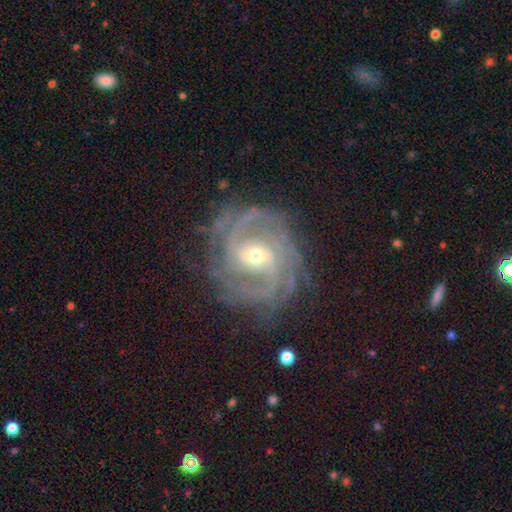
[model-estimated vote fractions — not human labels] Q: Smooth or featured?
A: featured or disk (90%); runner-up: star or artifact (6%)
Q: Edge-on disk?
A: no (97%); runner-up: yes (3%)
Q: Bar?
A: weak (48%); runner-up: no (28%)
Q: Spiral arms?
A: yes (98%); runner-up: no (2%)
Q: Spiral winding?
A: tight (62%); runner-up: medium (32%)
Q: Spiral arm count?
A: 2 (27%); runner-up: 3 (23%)
Q: Bulge size?
A: small (52%); runner-up: moderate (45%)
Q: Merging?
A: none (76%); runner-up: minor disturbance (16%)